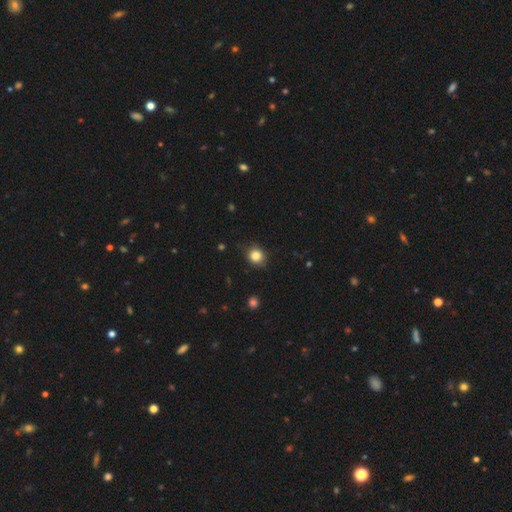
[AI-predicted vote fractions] Smooth or featured? smooth (84%)
How rounded? round (79%)
Merging? none (84%)